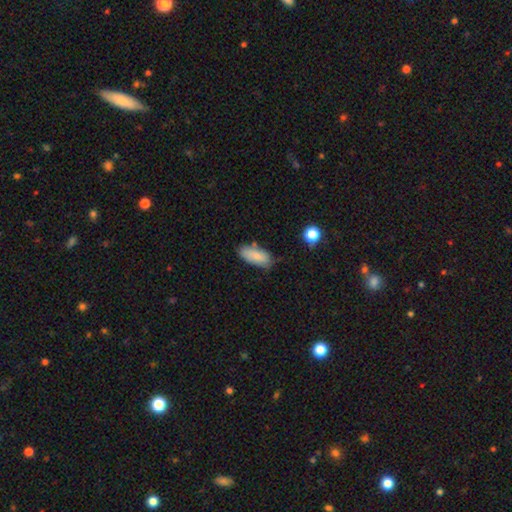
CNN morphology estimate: smooth 83%, featured or disk 10%, star or artifact 7%. Down the decision tree: how rounded — in between (86%); merging — none (67%).